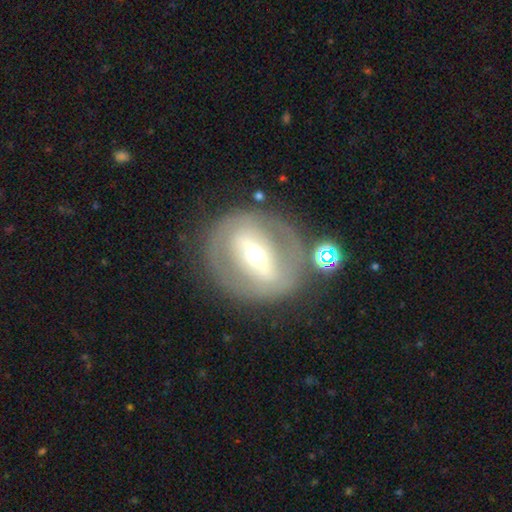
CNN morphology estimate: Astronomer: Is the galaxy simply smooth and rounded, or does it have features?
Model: featured or disk — 70%.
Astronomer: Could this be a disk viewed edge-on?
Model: no — 90%.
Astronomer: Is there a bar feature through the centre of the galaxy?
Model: strong — 58%.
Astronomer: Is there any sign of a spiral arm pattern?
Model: no — 66%.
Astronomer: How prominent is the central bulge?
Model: moderate — 48% (runner-up: small, 44%).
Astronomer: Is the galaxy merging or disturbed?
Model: none — 74%.